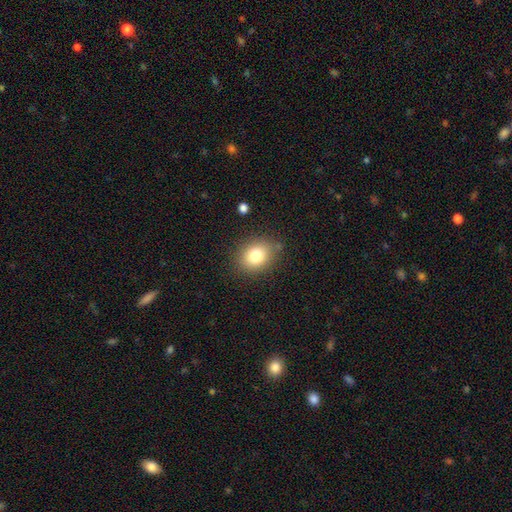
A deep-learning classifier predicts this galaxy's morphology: The model was most divided on "how rounded": in between: 53%, round: 46%, cigar-shaped: 1%. More confident: smooth or featured — smooth (81%); merging — none (80%).